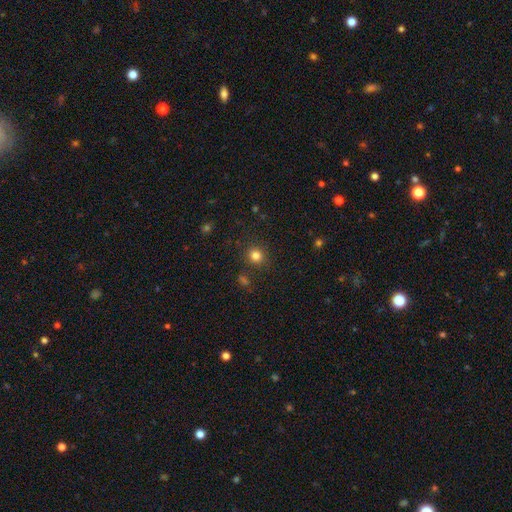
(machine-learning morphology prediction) The model was most divided on "smooth or featured": smooth: 81%, star or artifact: 14%, featured or disk: 5%. More confident: merging — none (86%); how rounded — round (85%).